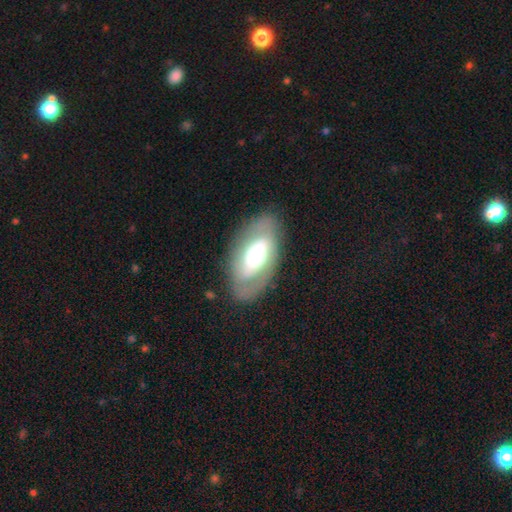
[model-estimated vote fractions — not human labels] Smooth or featured? Predicted: featured or disk (p=0.51). Edge-on disk? Predicted: no (p=0.86). Merging? Predicted: none (p=0.79).